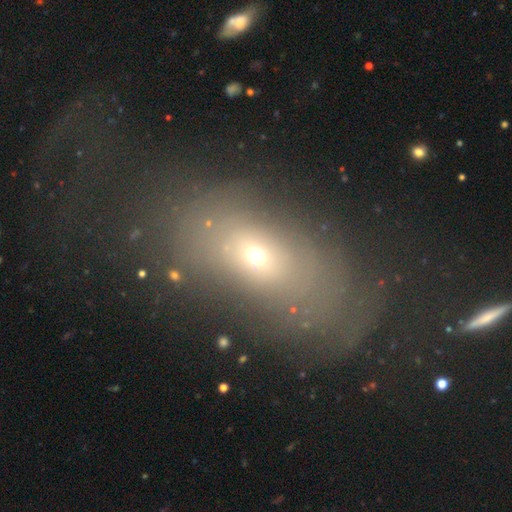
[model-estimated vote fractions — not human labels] Overall: smooth (53%; featured or disk 28%). How rounded: in between (72%). Merging: none (52%; major disturbance 28%).